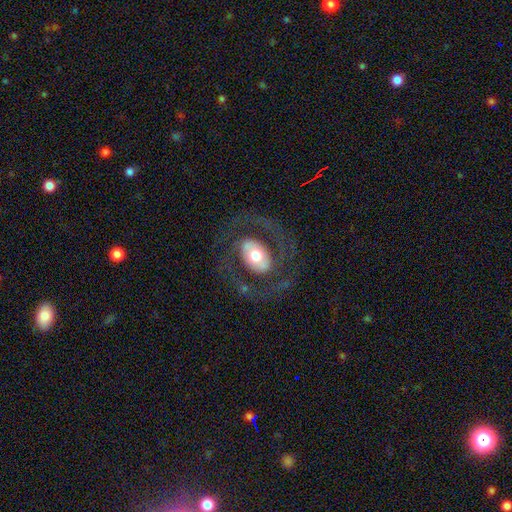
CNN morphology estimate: smooth-or-featured: featured or disk: 68% | smooth: 26% | star or artifact: 6%
  disk-edge-on: no: 94% | yes: 6%
    bar: no: 58% | weak: 25% | strong: 17%
    has-spiral-arms: yes: 68% | no: 32%
    bulge-size: moderate: 57% | large: 28% | small: 10% | dominant: 5% | none: 1%
  merging: none: 72% | major disturbance: 15% | minor disturbance: 11% | merger: 1%